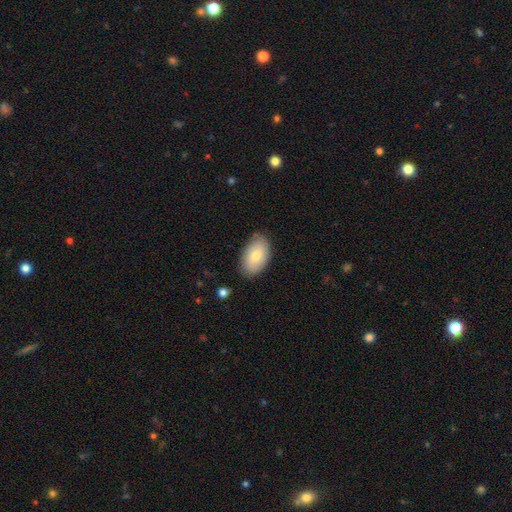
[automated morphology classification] The model was most divided on "smooth or featured": smooth: 75%, featured or disk: 19%, star or artifact: 7%. More confident: how rounded — in between (93%); merging — none (84%).